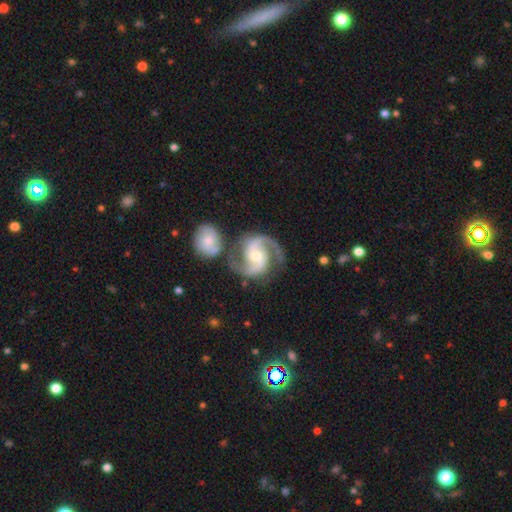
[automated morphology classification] type=featured or disk (92%); edge-on=no (98%); bar=no (41%); spiral arms=yes (98%); winding=medium (66%); arm count=2 (93%); bulge=moderate (62%); merging=none (62%).